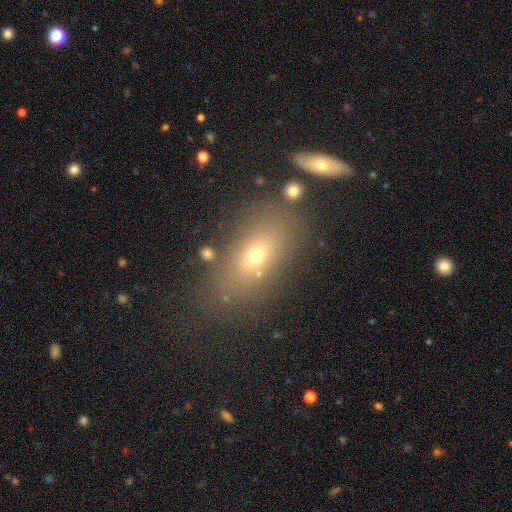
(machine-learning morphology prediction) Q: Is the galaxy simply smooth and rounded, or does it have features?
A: smooth — 63%.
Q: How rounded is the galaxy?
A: in between — 78%.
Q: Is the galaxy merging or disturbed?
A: none — 73%.